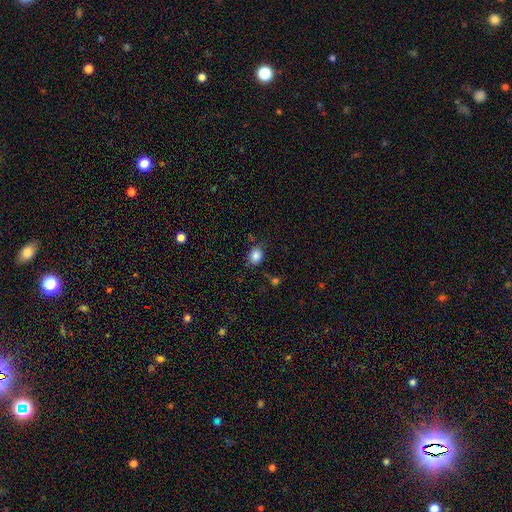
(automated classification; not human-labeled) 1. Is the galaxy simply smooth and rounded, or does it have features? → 84% smooth, 10% star or artifact, 6% featured or disk.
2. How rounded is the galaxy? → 58% round, 41% in between, 1% cigar-shaped.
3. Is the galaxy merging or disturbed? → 75% none, 18% minor disturbance, 4% major disturbance, 3% merger.